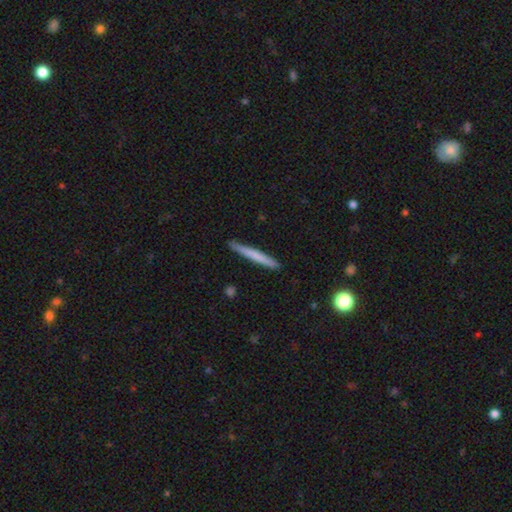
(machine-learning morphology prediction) smooth_or_featured: smooth (p=0.66) [alt: featured or disk p=0.29]
how_rounded: cigar-shaped (p=0.97) [alt: in between p=0.02]
merging: none (p=0.89) [alt: minor disturbance p=0.08]